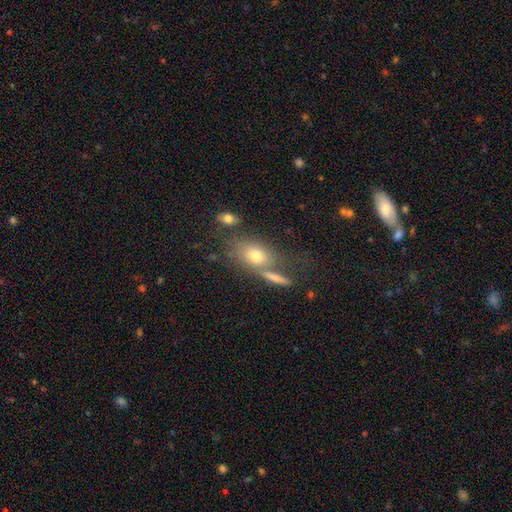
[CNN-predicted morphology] smooth-or-featured: smooth: 70% | featured or disk: 19% | star or artifact: 11%
  how-rounded: in between: 73% | round: 22% | cigar-shaped: 5%
  merging: none: 54% | merger: 24% | minor disturbance: 14% | major disturbance: 8%